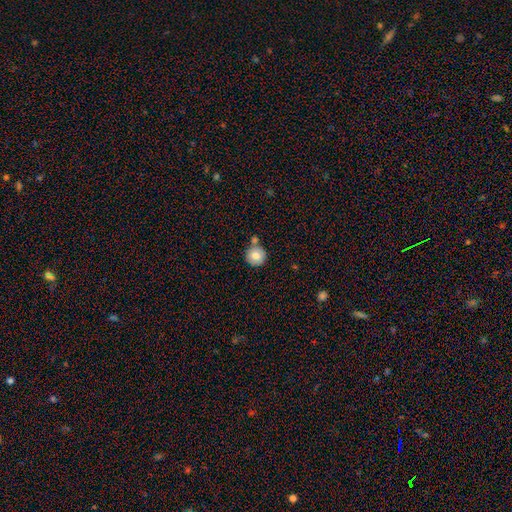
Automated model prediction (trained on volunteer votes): smooth_or_featured: smooth (p=0.77) [alt: featured or disk p=0.14]
how_rounded: round (p=0.94) [alt: in between p=0.05]
merging: none (p=0.72) [alt: merger p=0.16]